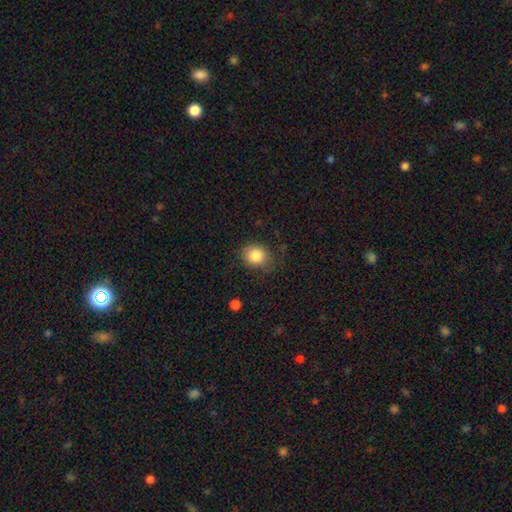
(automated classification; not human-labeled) Smooth or featured?
  - smooth: 83% *
  - star or artifact: 9%
  - featured or disk: 7%
How rounded?
  - round: 67% *
  - in between: 32%
  - cigar-shaped: 1%
Merging?
  - none: 73% *
  - minor disturbance: 20%
  - major disturbance: 5%
  - merger: 1%